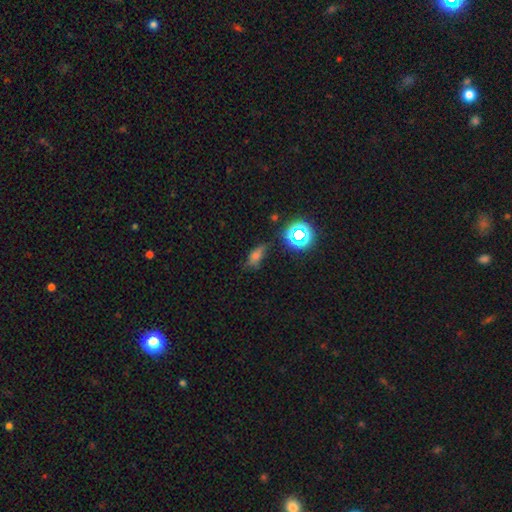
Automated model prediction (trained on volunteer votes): Smooth or featured? smooth (63%)
How rounded? in between (71%)
Merging? none (59%)